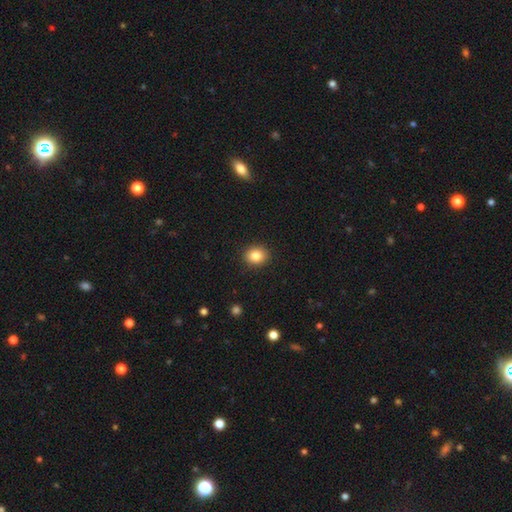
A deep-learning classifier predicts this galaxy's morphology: smooth-or-featured: smooth: 84% | star or artifact: 10% | featured or disk: 6%
  how-rounded: round: 70% | in between: 30% | cigar-shaped: 1%
  merging: none: 91% | minor disturbance: 6% | major disturbance: 2% | merger: 1%